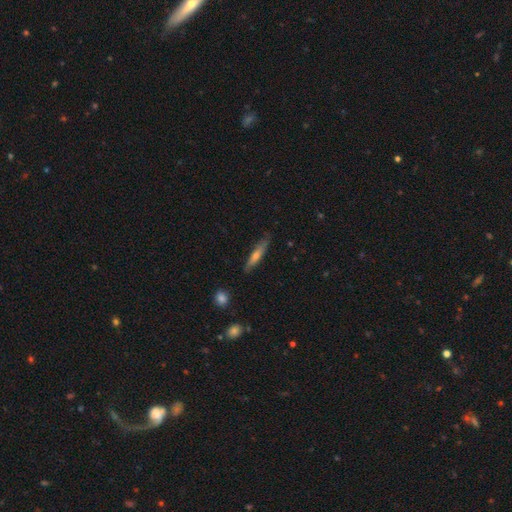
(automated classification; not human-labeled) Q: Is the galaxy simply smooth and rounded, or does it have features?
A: smooth — 47%.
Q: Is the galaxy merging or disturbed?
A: none — 83%.